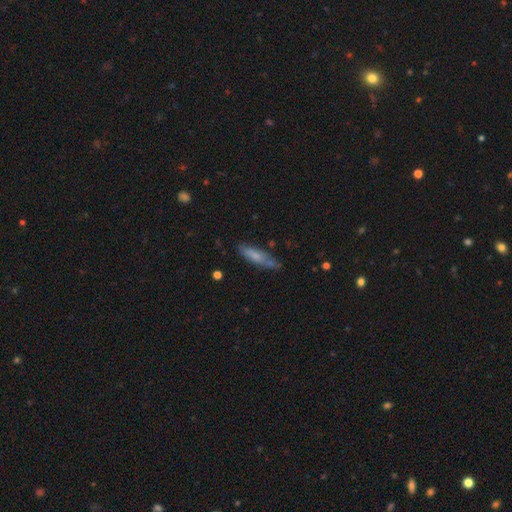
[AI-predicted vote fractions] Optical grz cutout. It shows a smooth galaxy with no disk features (66%) that is cigar-shaped (76%). Merging: none (70%).